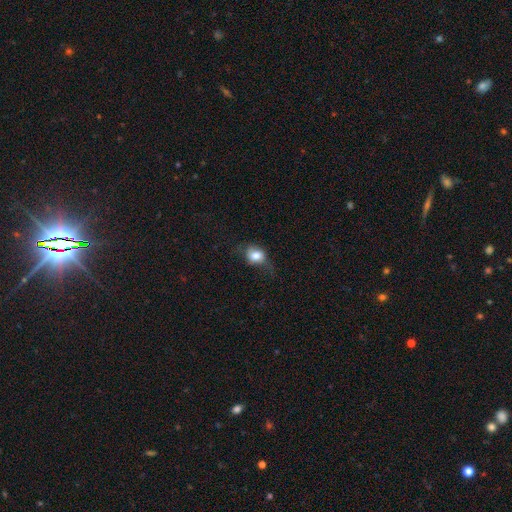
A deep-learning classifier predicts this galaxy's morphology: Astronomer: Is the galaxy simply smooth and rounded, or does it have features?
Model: smooth — 77%.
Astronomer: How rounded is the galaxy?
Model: round — 53% (runner-up: in between, 45%).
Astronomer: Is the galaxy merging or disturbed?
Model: none — 44% (runner-up: minor disturbance, 32%).